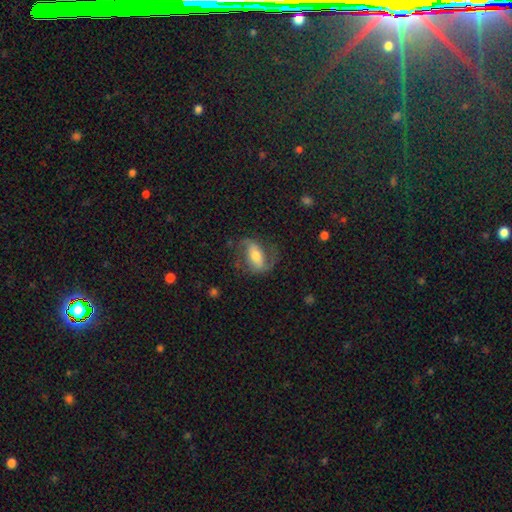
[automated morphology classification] Smooth or featured?
  - featured or disk: 67% *
  - smooth: 27%
  - star or artifact: 7%
Edge-on disk?
  - no: 92% *
  - yes: 8%
Bar?
  - strong: 47% *
  - weak: 31%
  - no: 22%
Spiral arms?
  - yes: 85% *
  - no: 15%
Spiral winding?
  - medium: 43% *
  - loose: 41%
  - tight: 16%
Spiral arm count?
  - 2: 85% *
  - 1: 6%
  - can't tell: 6%
  - 3: 1%
  - 4: 1%
  - more than 4: 1%
Bulge size?
  - moderate: 56% *
  - small: 26%
  - large: 13%
  - none: 3%
  - dominant: 2%
Merging?
  - none: 64% *
  - minor disturbance: 19%
  - major disturbance: 15%
  - merger: 2%